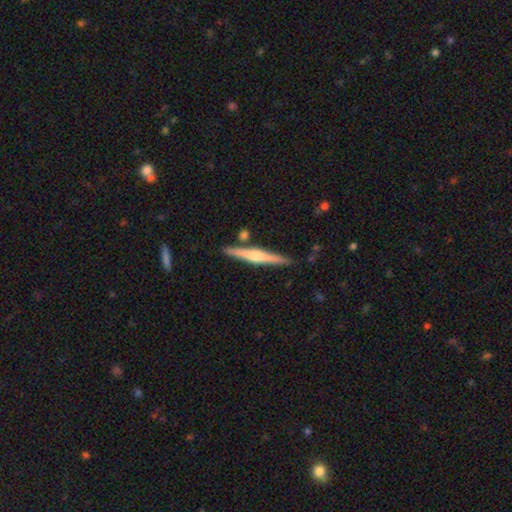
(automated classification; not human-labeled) featured or disk 64%, smooth 30%, star or artifact 6%. Down the decision tree: edge-on disk — yes (98%); edge-on bulge — rounded (75%); merging — none (86%).